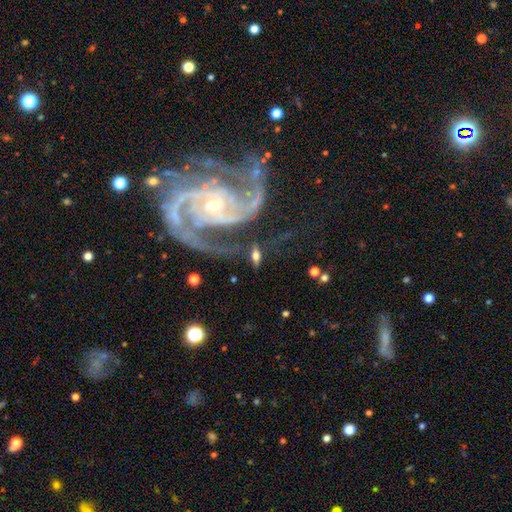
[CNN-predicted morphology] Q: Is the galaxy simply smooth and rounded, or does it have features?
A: featured or disk — 59%.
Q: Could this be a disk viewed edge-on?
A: no — 75%.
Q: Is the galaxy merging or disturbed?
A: none — 52%.